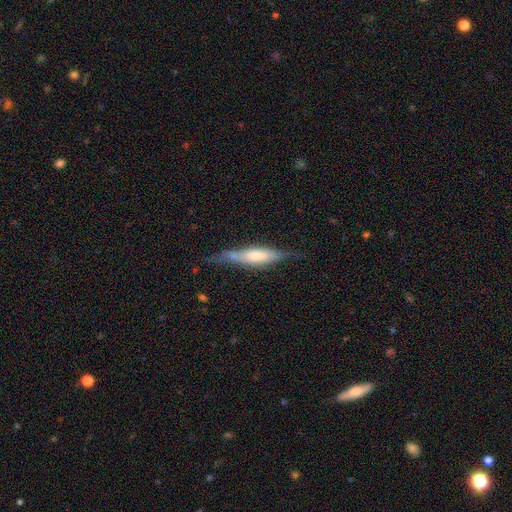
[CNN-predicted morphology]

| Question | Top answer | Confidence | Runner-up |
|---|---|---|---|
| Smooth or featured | featured or disk | 50% | smooth (44%) |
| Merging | none | 65% | minor disturbance (24%) |